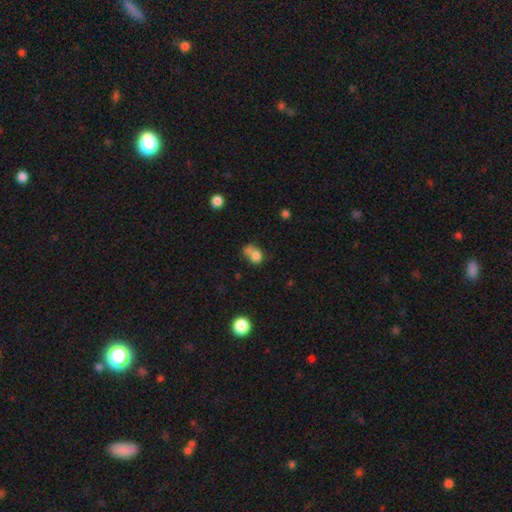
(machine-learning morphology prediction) Smooth or featured?
  - smooth: 76% *
  - featured or disk: 12%
  - star or artifact: 12%
How rounded?
  - round: 65% *
  - in between: 33%
  - cigar-shaped: 1%
Merging?
  - merger: 48% *
  - none: 33%
  - minor disturbance: 12%
  - major disturbance: 7%